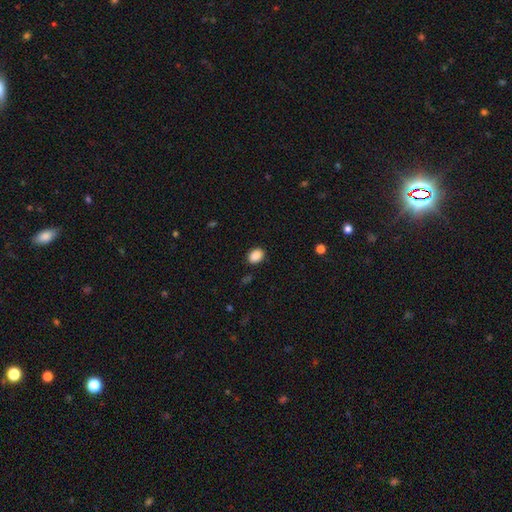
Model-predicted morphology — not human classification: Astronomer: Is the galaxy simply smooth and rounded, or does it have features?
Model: smooth — 89%.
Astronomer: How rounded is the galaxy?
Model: in between — 66%.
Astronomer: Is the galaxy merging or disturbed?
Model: none — 87%.